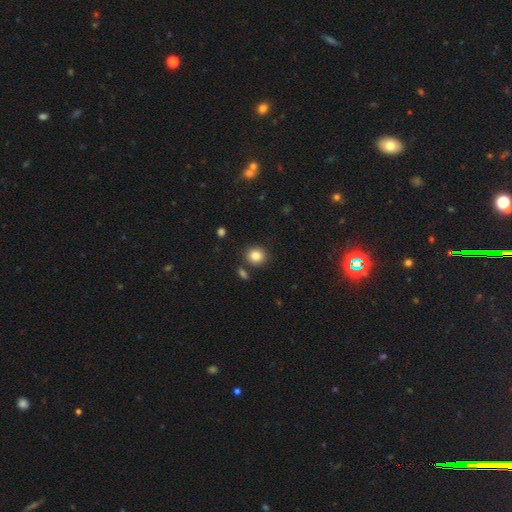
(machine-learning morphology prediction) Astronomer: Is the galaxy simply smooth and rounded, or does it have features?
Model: smooth — 85%.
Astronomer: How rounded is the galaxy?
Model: round — 79%.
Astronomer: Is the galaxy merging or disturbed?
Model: none — 81%.